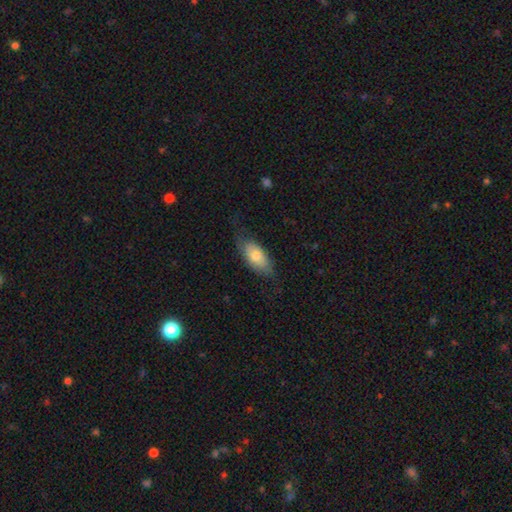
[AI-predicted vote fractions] Smooth or featured: smooth — 74% (featured or disk — 20%)
How rounded: in between — 88% (cigar-shaped — 10%)
Merging: none — 62% (minor disturbance — 26%)